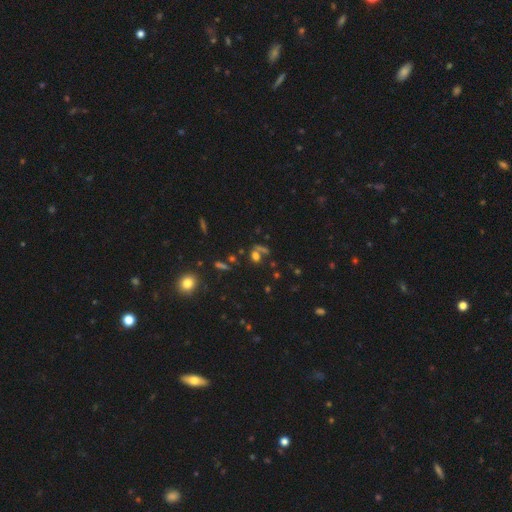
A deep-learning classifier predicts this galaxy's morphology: This appears to be a smooth galaxy with no disk features (56%) that is round (49%). Merging: none (47%).